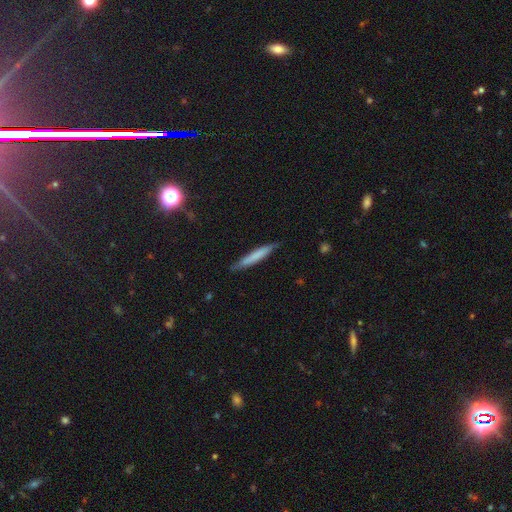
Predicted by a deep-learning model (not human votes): Smooth or featured? Predicted: smooth (p=0.67). How rounded? Predicted: cigar-shaped (p=0.95). Merging? Predicted: none (p=0.84).